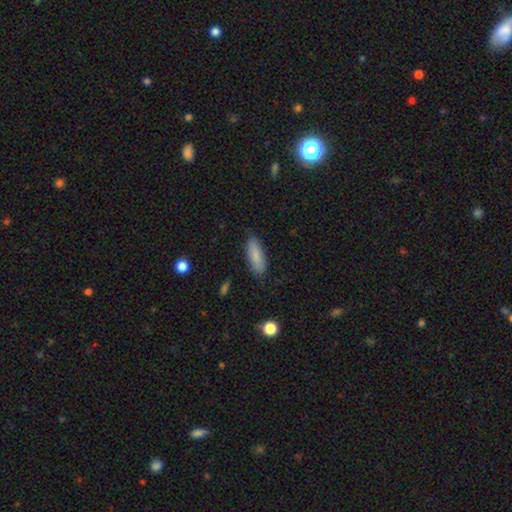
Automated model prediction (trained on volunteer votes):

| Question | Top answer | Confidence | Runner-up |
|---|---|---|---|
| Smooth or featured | smooth | 85% | featured or disk (9%) |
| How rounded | in between | 56% | cigar-shaped (42%) |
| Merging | none | 83% | minor disturbance (13%) |